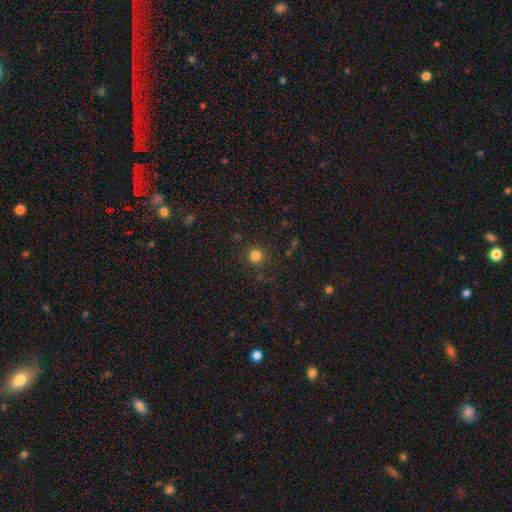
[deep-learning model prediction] This appears to be a smooth galaxy with no disk features (81%) that is round (94%). Merging: none (88%).